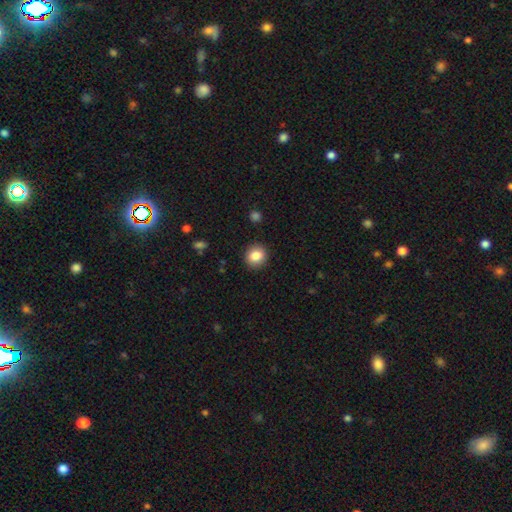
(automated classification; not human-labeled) Morphology: type=smooth (84%); roundness=round (78%); merging=none (90%).